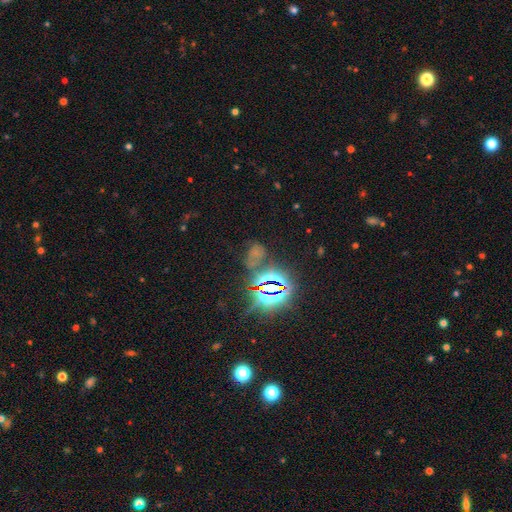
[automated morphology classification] Smooth or featured: star or artifact — 64% (smooth — 26%)